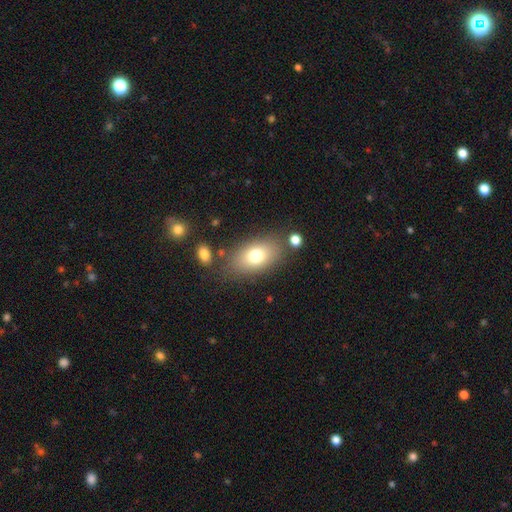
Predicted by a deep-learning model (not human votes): Smooth or featured: smooth — 73% (featured or disk — 17%)
How rounded: in between — 86% (round — 11%)
Merging: none — 77% (minor disturbance — 13%)